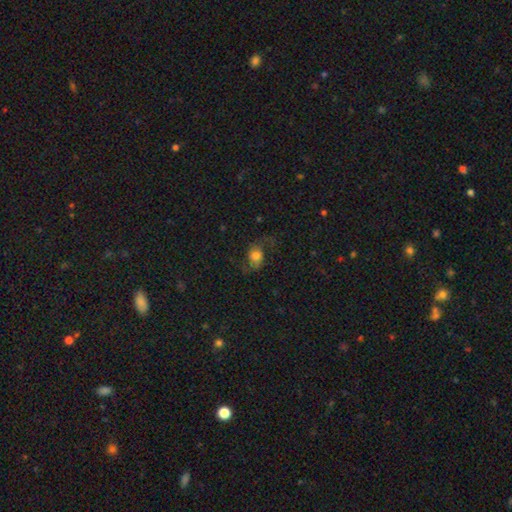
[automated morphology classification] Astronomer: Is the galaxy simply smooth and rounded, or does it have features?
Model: smooth — 49% (runner-up: featured or disk, 39%).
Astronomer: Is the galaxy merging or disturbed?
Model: none — 57%.